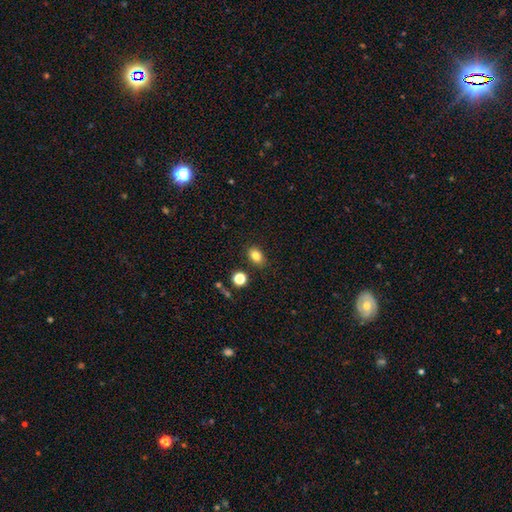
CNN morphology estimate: Smooth or featured?
  - smooth: 82% *
  - star or artifact: 11%
  - featured or disk: 8%
How rounded?
  - in between: 77% *
  - round: 22%
  - cigar-shaped: 1%
Merging?
  - none: 84% *
  - minor disturbance: 10%
  - merger: 4%
  - major disturbance: 3%